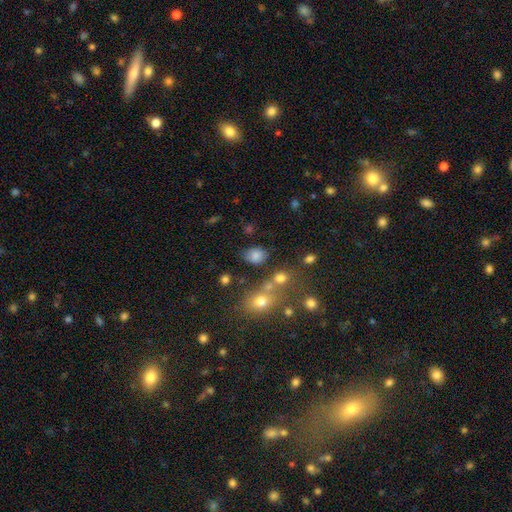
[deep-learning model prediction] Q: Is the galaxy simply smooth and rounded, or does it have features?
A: smooth — 77%.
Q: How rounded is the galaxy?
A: in between — 64%.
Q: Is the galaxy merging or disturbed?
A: none — 68%.